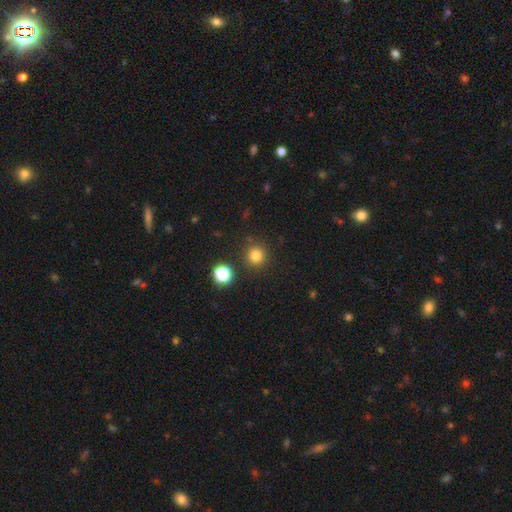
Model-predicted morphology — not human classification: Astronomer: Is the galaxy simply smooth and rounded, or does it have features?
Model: smooth — 81%.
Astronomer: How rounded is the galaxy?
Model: round — 93%.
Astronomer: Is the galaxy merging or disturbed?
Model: none — 87%.